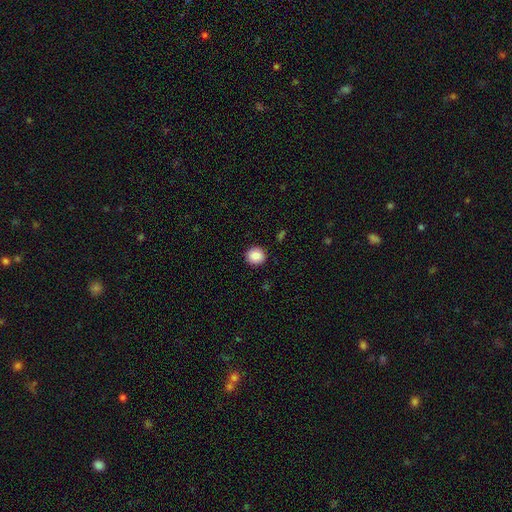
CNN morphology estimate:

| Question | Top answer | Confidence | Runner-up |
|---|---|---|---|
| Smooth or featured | smooth | 87% | star or artifact (8%) |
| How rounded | round | 89% | in between (10%) |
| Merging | none | 92% | minor disturbance (6%) |